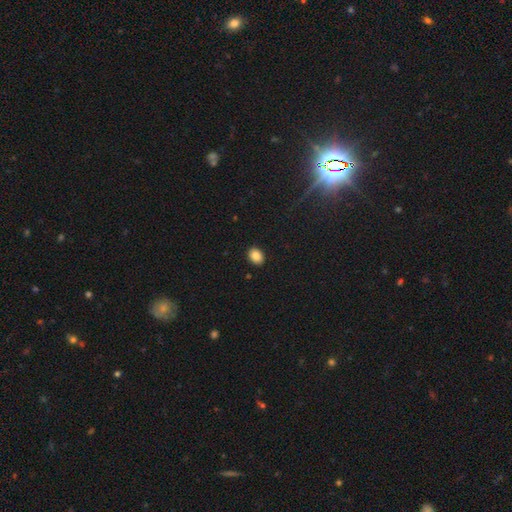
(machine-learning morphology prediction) The model was most divided on "how rounded": in between: 63%, round: 36%, cigar-shaped: 1%. More confident: merging — none (91%); smooth or featured — smooth (87%).